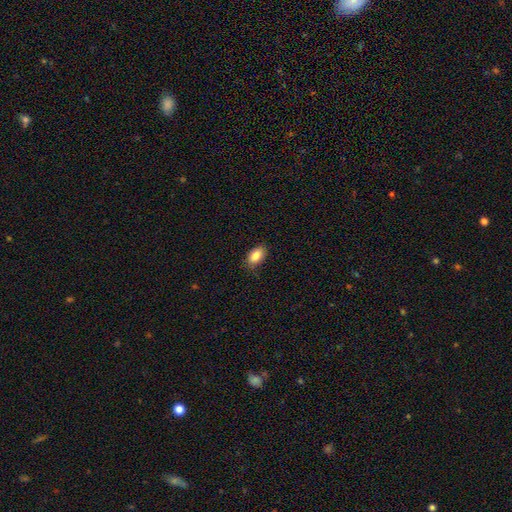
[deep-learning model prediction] This appears to be a smooth galaxy with no disk features (86%) that is in between round and cigar-shaped (92%). Merging: none (85%).